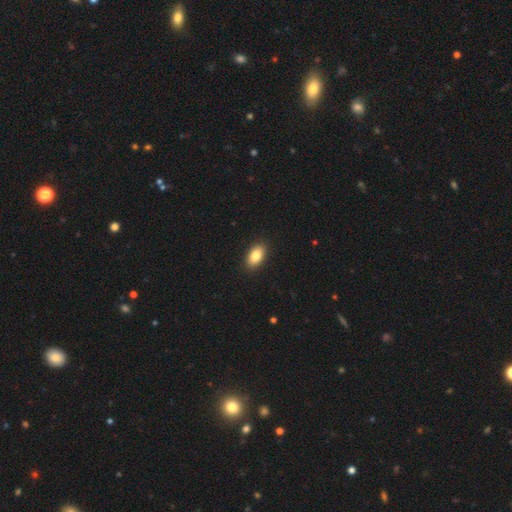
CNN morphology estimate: A smooth galaxy with no disk features (84%) that is in between round and cigar-shaped (92%). Merging: none (90%).